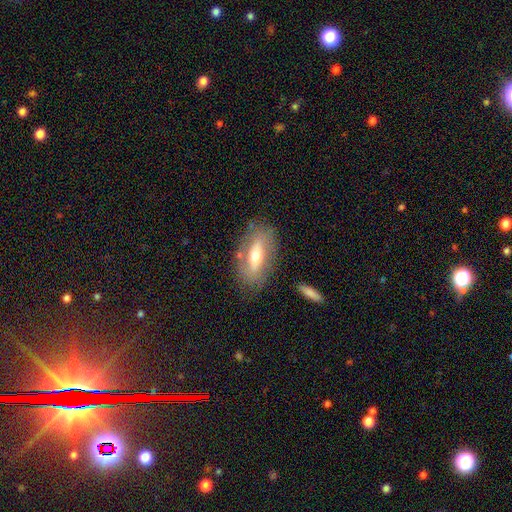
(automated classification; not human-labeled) The model was most divided on "smooth or featured": featured or disk: 49%, smooth: 43%, star or artifact: 7%. More confident: merging — none (75%).